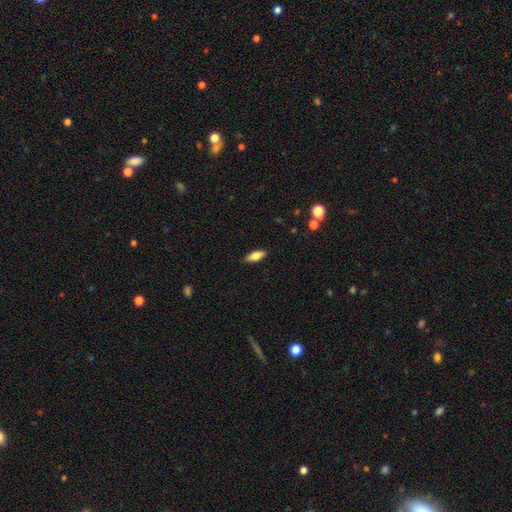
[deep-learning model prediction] A smooth galaxy with no disk features (72%) that is in between round and cigar-shaped (73%). Merging: none (88%).